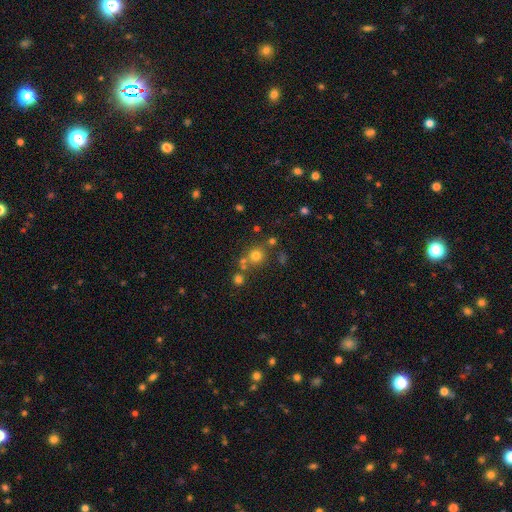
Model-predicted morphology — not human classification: The model was most divided on "merging": none: 64%, merger: 21%, minor disturbance: 10%, major disturbance: 4%. More confident: how rounded — round (86%); smooth or featured — smooth (70%).